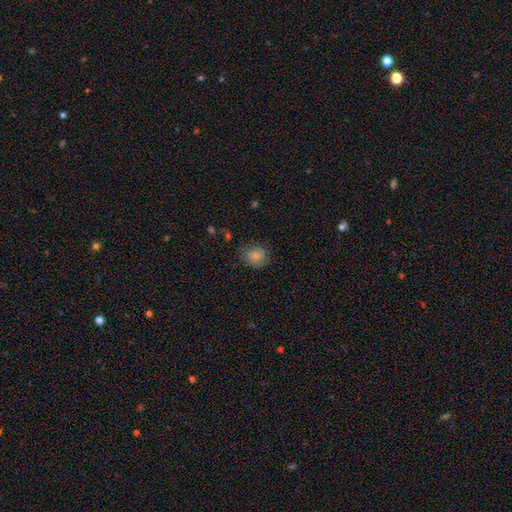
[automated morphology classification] Smooth or featured? smooth (79%)
How rounded? round (66%)
Merging? none (70%)